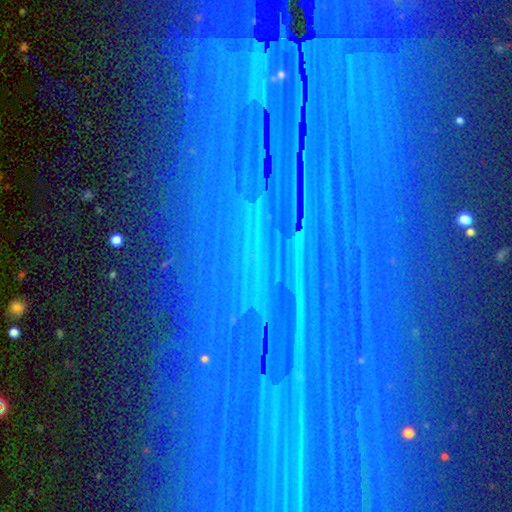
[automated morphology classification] Smooth or featured? Predicted: star or artifact (p=0.81).